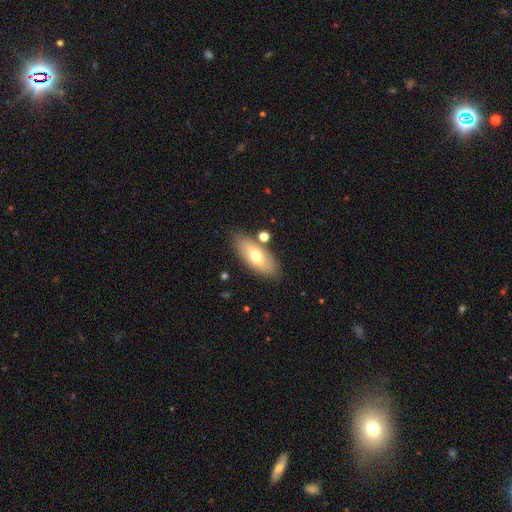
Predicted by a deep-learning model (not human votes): A smooth galaxy with no disk features (67%) that is in between round and cigar-shaped (82%).

Vote fractions:
- Smooth or featured? smooth: 67% / featured or disk: 26% / star or artifact: 7%
- How rounded? in between: 82% / cigar-shaped: 15% / round: 3%
- Merging? none: 79% / minor disturbance: 12% / merger: 6% / major disturbance: 3%